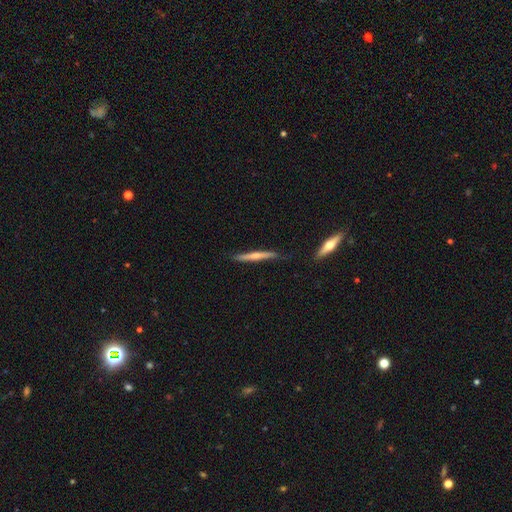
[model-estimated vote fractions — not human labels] smooth-or-featured: featured or disk: 51% | smooth: 44% | star or artifact: 6%
  disk-edge-on: yes: 96% | no: 4%
  merging: none: 80% | minor disturbance: 16% | major disturbance: 2% | merger: 2%